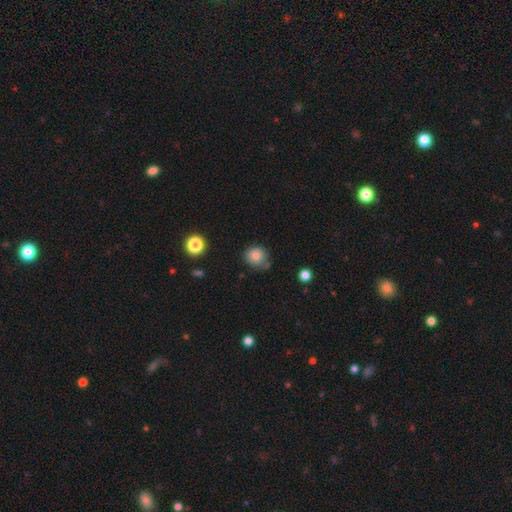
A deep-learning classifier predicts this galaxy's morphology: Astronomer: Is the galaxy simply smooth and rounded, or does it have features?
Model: smooth — 82%.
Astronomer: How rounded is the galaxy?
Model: round — 83%.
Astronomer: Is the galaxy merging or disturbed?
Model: none — 69%.